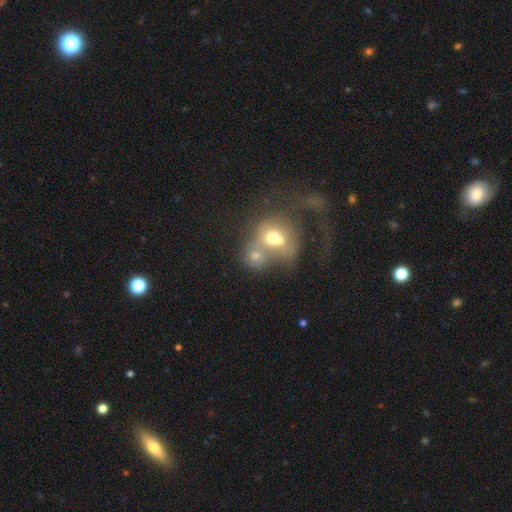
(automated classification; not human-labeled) smooth 61%, featured or disk 24%, star or artifact 15%. Down the decision tree: how rounded — round (66%); merging — merger (67%).